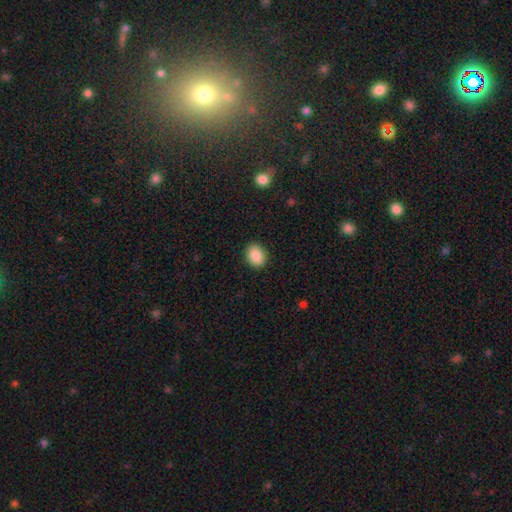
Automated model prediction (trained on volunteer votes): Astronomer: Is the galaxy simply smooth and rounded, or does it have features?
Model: smooth — 87%.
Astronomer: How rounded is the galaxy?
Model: in between — 60% (runner-up: round, 39%).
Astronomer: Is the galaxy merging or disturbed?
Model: none — 90%.